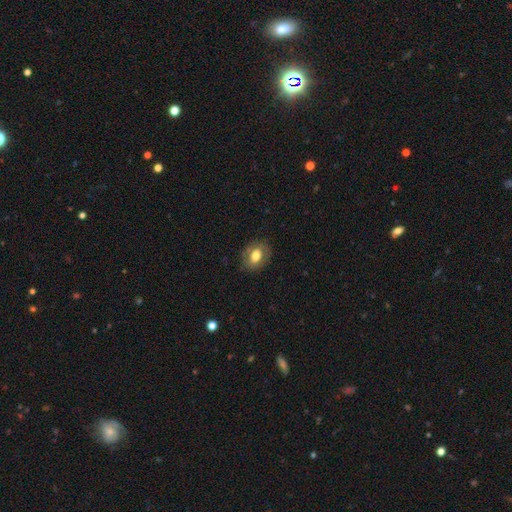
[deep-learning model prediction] Smooth or featured?
  - smooth: 68% *
  - featured or disk: 24%
  - star or artifact: 8%
How rounded?
  - in between: 69% *
  - round: 30%
  - cigar-shaped: 1%
Merging?
  - none: 83% *
  - minor disturbance: 12%
  - major disturbance: 4%
  - merger: 1%